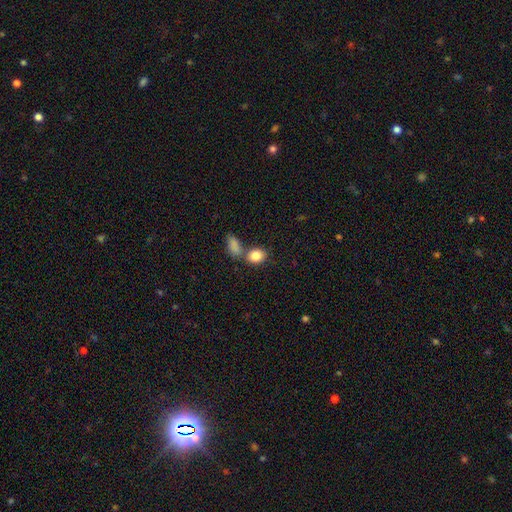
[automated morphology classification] smooth_or_featured: smooth (p=0.85) [alt: star or artifact p=0.08]
how_rounded: in between (p=0.53) [alt: round p=0.45]
merging: none (p=0.52) [alt: merger p=0.32]